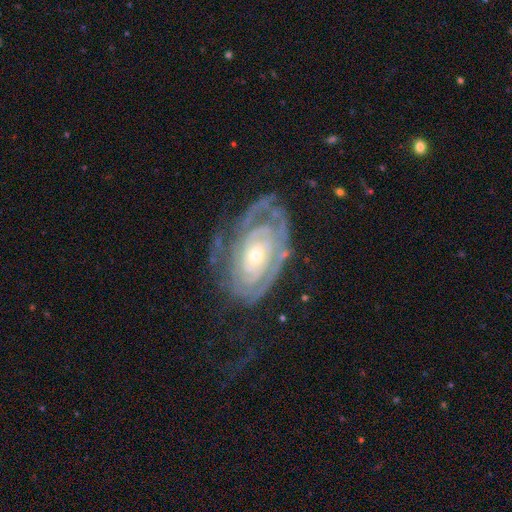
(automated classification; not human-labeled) Smooth or featured: featured or disk — 84% (smooth — 10%)
Edge-on disk: no — 95% (yes — 5%)
Bar: no — 77% (weak — 17%)
Spiral arms: yes — 90% (no — 10%)
Spiral winding: tight — 77% (medium — 17%)
Spiral arm count: can't tell — 45% (2 — 22%)
Bulge size: small — 61% (moderate — 34%)
Merging: none — 60% (minor disturbance — 21%)